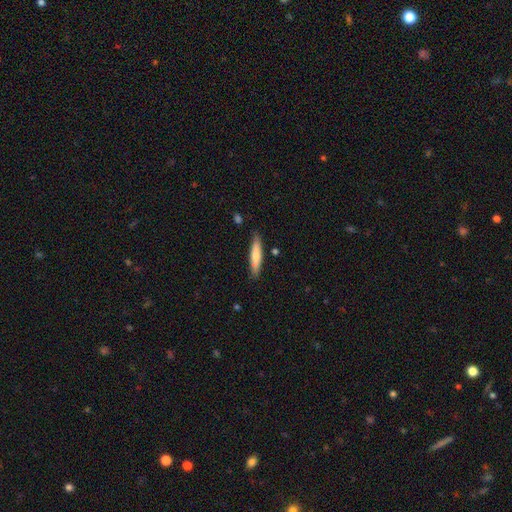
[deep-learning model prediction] smooth 71%, featured or disk 24%, star or artifact 6%. Down the decision tree: how rounded — cigar-shaped (85%); merging — none (83%).